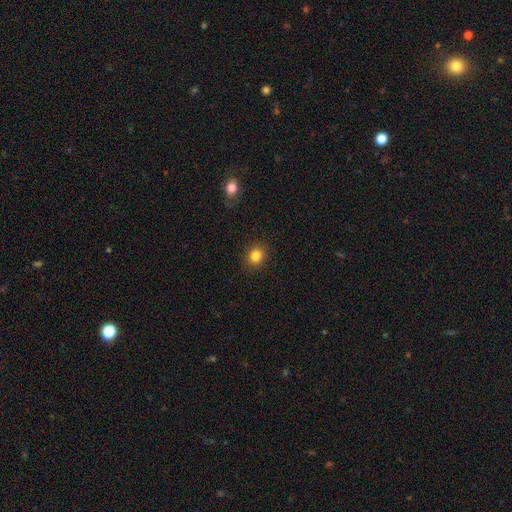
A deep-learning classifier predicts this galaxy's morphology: Q: Smooth or featured?
A: smooth (84%); runner-up: star or artifact (11%)
Q: How rounded?
A: round (77%); runner-up: in between (22%)
Q: Merging?
A: none (91%); runner-up: minor disturbance (6%)